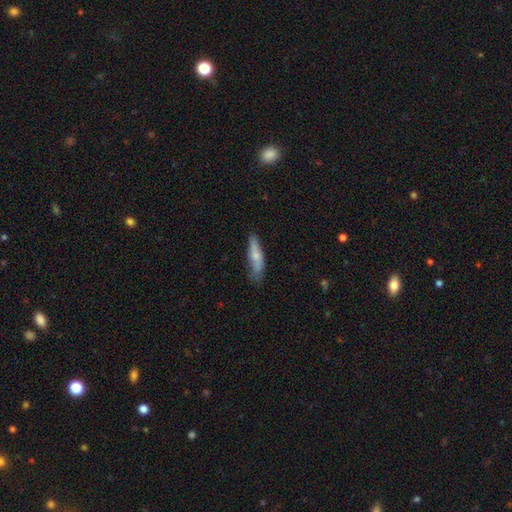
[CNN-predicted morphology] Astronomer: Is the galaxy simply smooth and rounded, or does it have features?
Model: smooth — 64%.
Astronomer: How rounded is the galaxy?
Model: cigar-shaped — 73%.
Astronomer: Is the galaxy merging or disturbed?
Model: none — 68%.